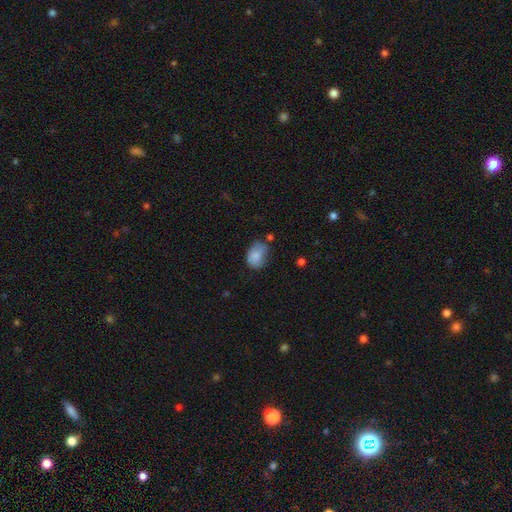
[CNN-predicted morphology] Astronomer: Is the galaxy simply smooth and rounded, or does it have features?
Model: smooth — 83%.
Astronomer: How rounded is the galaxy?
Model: in between — 73%.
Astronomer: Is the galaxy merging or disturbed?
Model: none — 53% (runner-up: minor disturbance, 32%).